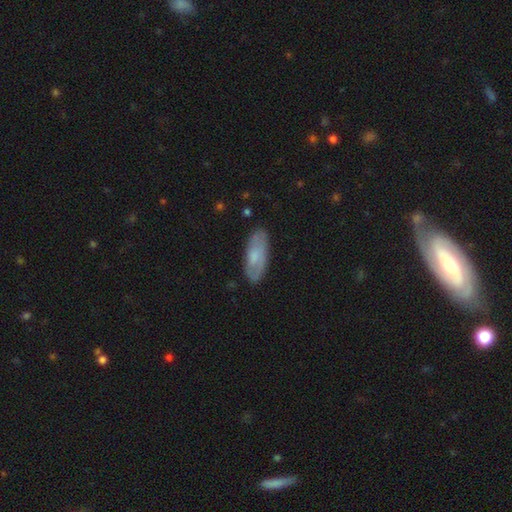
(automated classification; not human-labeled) Morphology: type=smooth (61%); roundness=in between (78%); merging=none (79%).